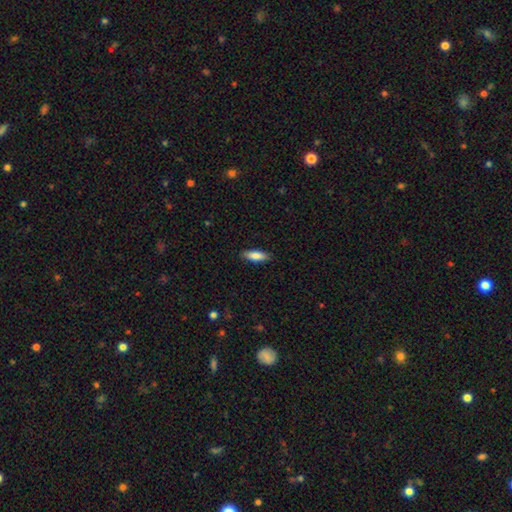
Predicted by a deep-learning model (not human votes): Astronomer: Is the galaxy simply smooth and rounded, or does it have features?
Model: smooth — 84%.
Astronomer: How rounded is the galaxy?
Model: in between — 62% (runner-up: cigar-shaped, 37%).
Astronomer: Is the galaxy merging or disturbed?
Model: none — 88%.